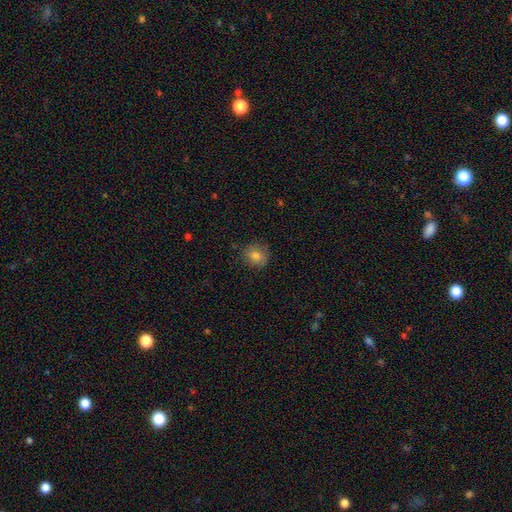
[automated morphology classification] Smooth or featured? smooth (80%)
How rounded? round (79%)
Merging? none (81%)